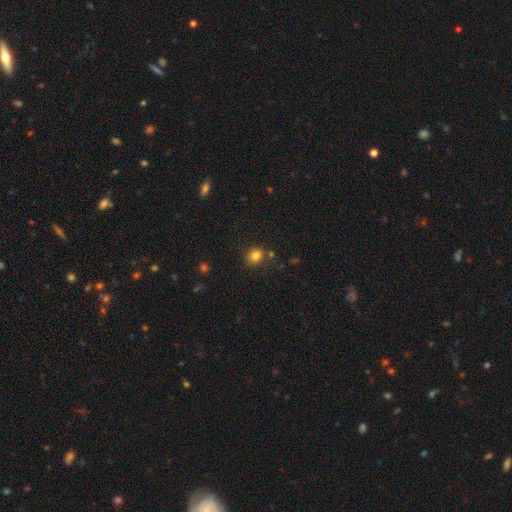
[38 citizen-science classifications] Morphology: type=smooth (89%); roundness=round (62%); merging=none (61%).